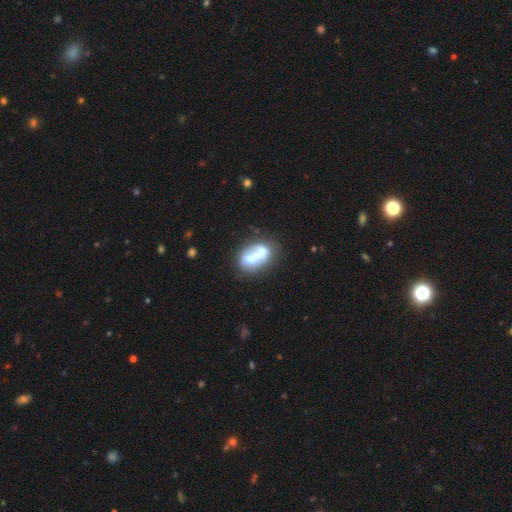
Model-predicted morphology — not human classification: Smooth or featured? smooth (61%)
How rounded? in between (84%)
Merging? none (49%)